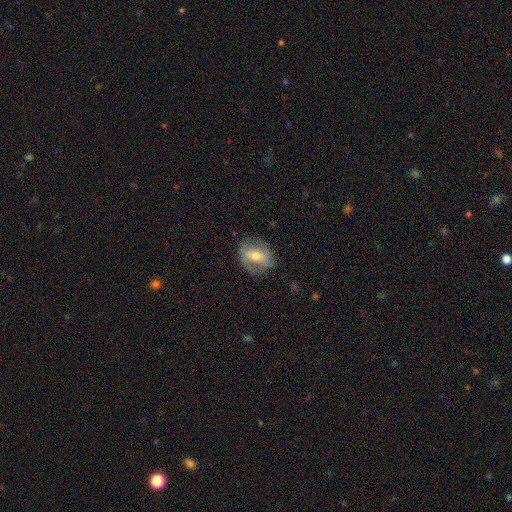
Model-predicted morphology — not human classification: smooth-or-featured: featured or disk: 56% | smooth: 37% | star or artifact: 7%
  disk-edge-on: no: 89% | yes: 11%
  merging: none: 74% | minor disturbance: 17% | major disturbance: 8% | merger: 1%